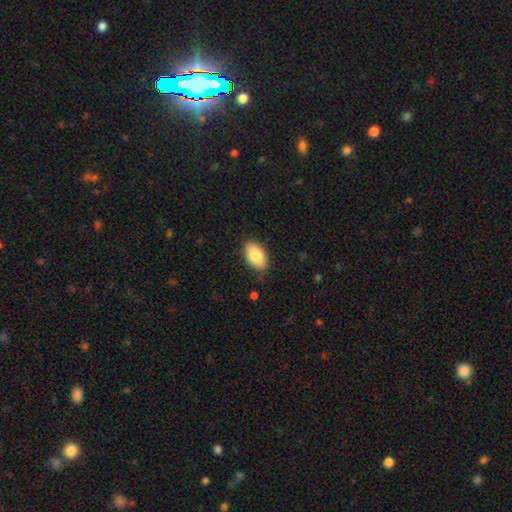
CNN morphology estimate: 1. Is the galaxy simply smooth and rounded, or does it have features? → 83% smooth, 10% featured or disk, 7% star or artifact.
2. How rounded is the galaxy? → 94% in between, 5% round, 2% cigar-shaped.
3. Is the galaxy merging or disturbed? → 85% none, 12% minor disturbance, 2% major disturbance, 1% merger.